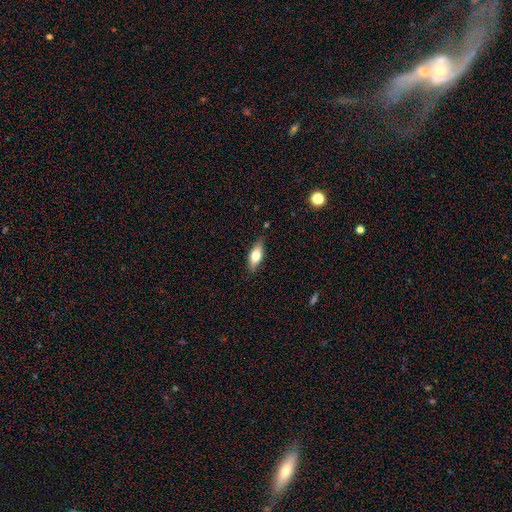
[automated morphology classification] Smooth or featured? Predicted: smooth (p=0.65). How rounded? Predicted: in between (p=0.72). Merging? Predicted: none (p=0.83).